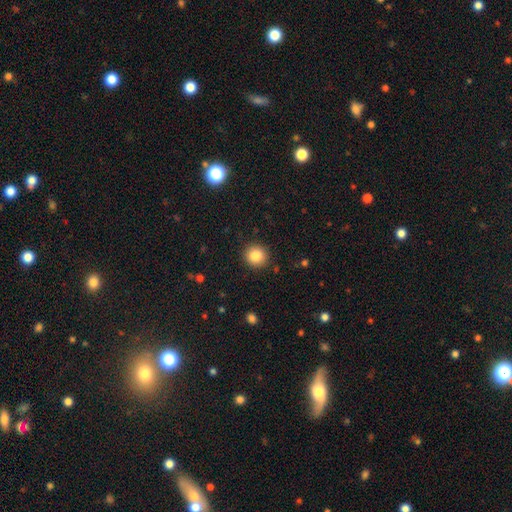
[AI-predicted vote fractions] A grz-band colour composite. It shows a smooth galaxy with no disk features (85%) that is round (90%). Merging: none (91%).